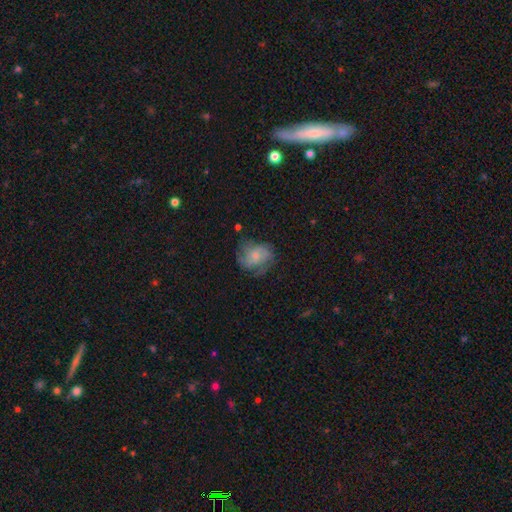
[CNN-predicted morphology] This is possibly a featured or disk galaxy (47%). Merging: possibly none (56%).